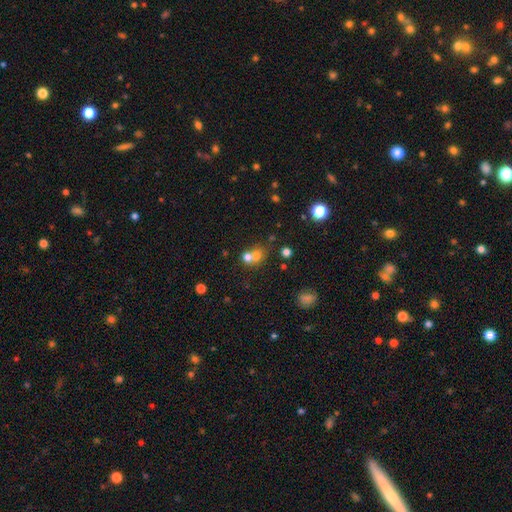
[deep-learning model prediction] Overall: smooth (69%). How rounded: round (71%). Merging: merger (61%; none 30%).